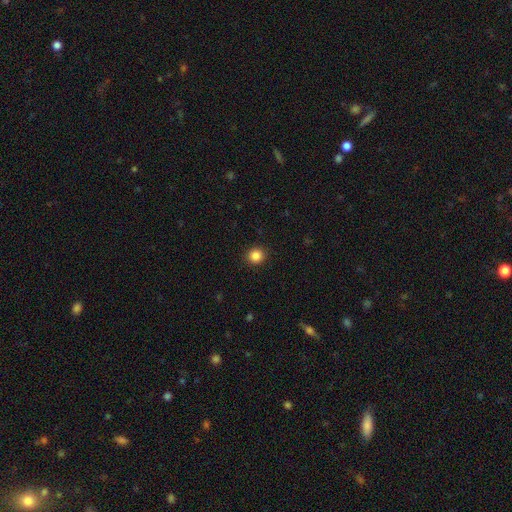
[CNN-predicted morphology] This is clearly a smooth galaxy (85%). How rounded: clearly round (91%). Merging: clearly none (92%).